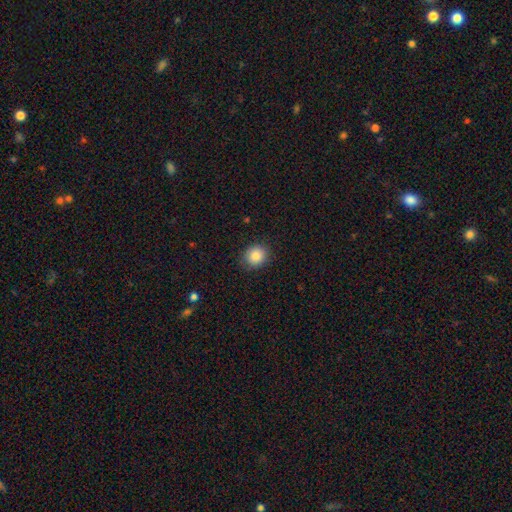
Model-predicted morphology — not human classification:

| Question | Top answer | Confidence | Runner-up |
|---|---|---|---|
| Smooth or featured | smooth | 86% | star or artifact (9%) |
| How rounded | round | 72% | in between (27%) |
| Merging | none | 87% | minor disturbance (9%) |